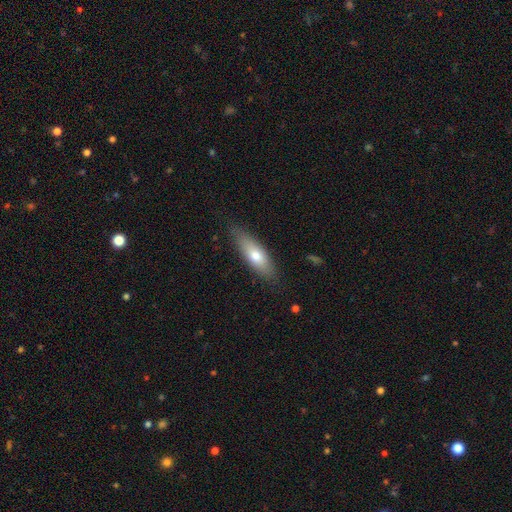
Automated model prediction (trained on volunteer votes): smooth 68%, featured or disk 25%, star or artifact 6%. Down the decision tree: how rounded — in between (54%); merging — none (81%).